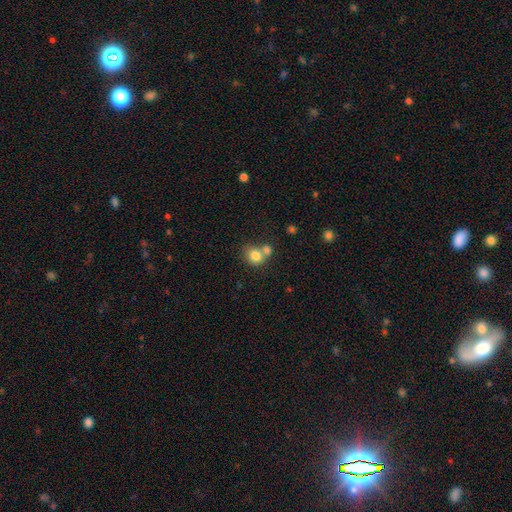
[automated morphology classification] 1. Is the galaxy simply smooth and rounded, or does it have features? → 80% smooth, 10% featured or disk, 10% star or artifact.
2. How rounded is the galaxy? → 65% round, 34% in between, 1% cigar-shaped.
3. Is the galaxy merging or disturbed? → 45% merger, 42% none, 9% minor disturbance, 4% major disturbance.